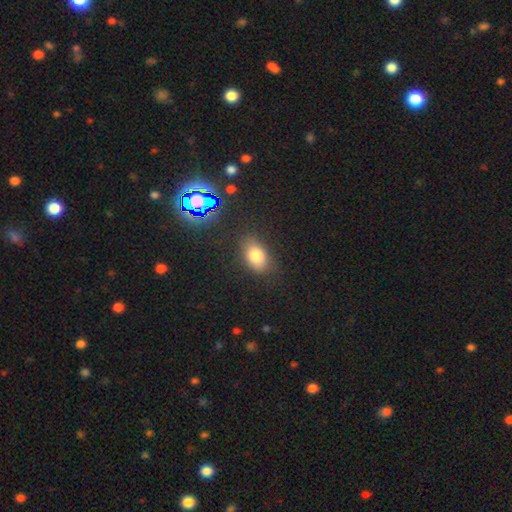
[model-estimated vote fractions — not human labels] Smooth or featured? Predicted: smooth (p=0.78). How rounded? Predicted: in between (p=0.83). Merging? Predicted: none (p=0.79).